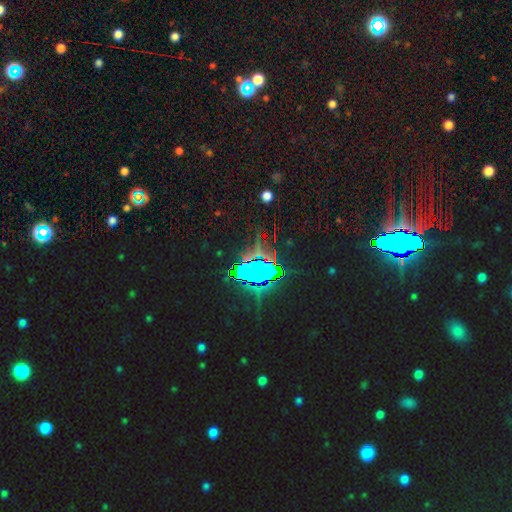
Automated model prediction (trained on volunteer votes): Overall: star or artifact (75%).